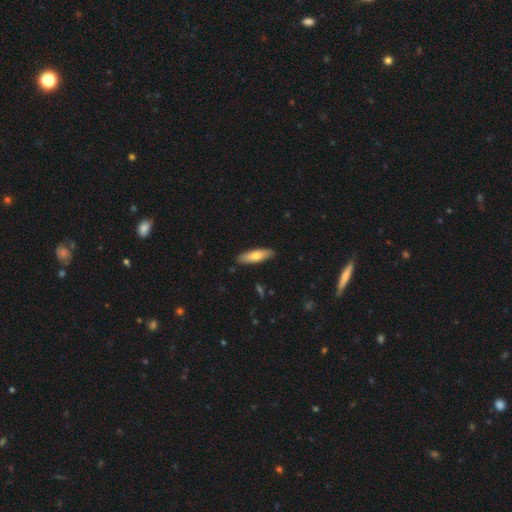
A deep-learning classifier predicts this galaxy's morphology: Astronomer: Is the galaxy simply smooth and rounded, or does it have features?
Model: smooth — 69%.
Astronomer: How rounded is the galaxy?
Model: cigar-shaped — 56% (runner-up: in between, 42%).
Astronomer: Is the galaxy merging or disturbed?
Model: none — 88%.